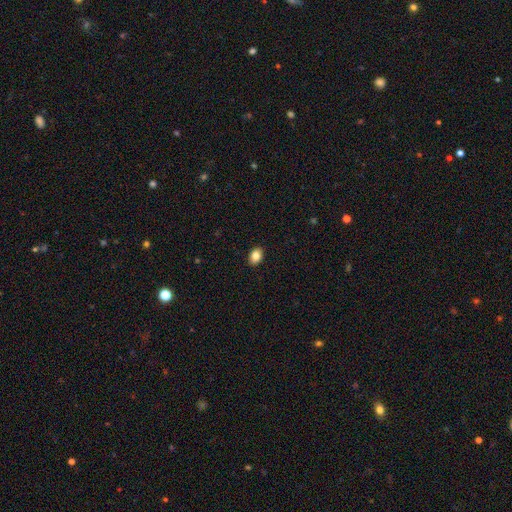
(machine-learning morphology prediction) Smooth or featured? Predicted: smooth (p=0.85). How rounded? Predicted: in between (p=0.80). Merging? Predicted: none (p=0.90).